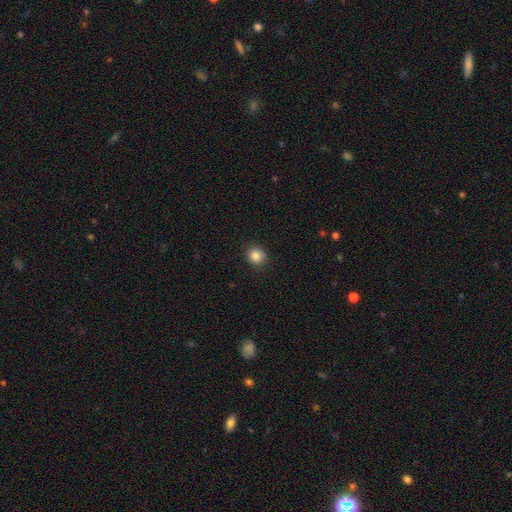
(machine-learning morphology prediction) Overall: smooth (85%). How rounded: round (84%). Merging: none (90%).